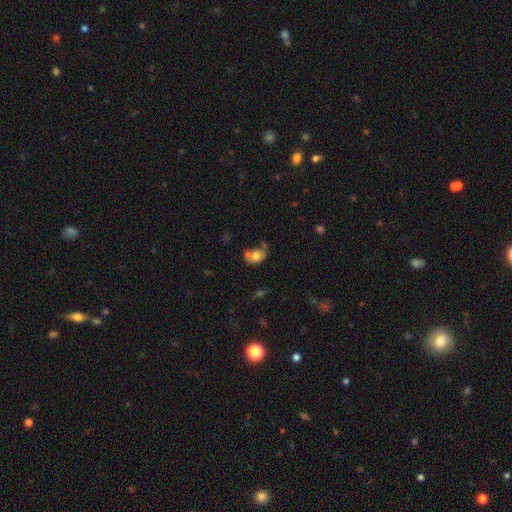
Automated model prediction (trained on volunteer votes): Smooth or featured? Predicted: smooth (p=0.69). How rounded? Predicted: in between (p=0.76). Merging? Predicted: none (p=0.33).